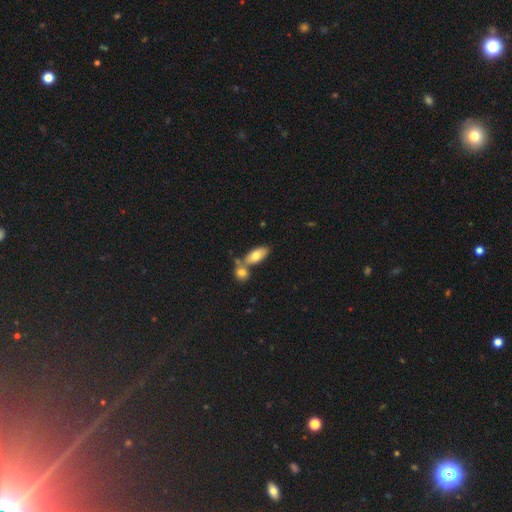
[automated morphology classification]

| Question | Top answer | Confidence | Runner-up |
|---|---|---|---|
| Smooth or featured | smooth | 75% | featured or disk (18%) |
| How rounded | in between | 88% | cigar-shaped (9%) |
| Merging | none | 45% | merger (42%) |